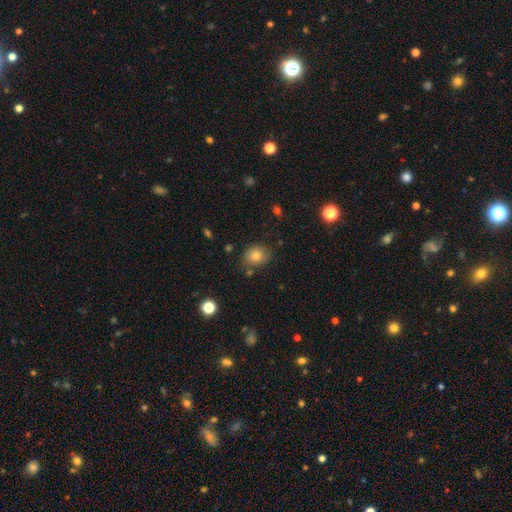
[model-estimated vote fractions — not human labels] The model was most divided on "how rounded": round: 58%, in between: 41%, cigar-shaped: 1%. More confident: smooth or featured — smooth (80%); merging — none (78%).